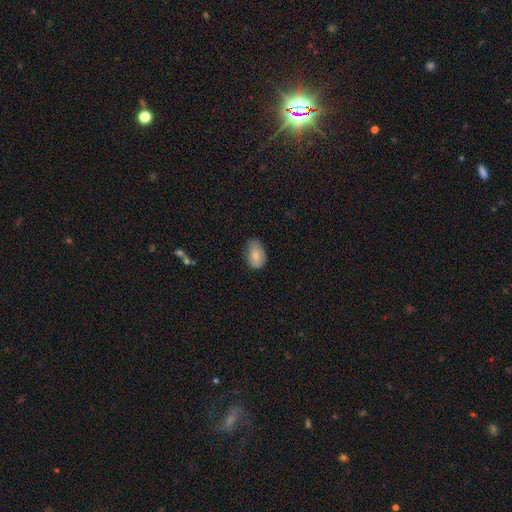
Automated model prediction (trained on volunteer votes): This appears to be a smooth galaxy with no disk features (83%) that is in between round and cigar-shaped (87%). Merging: none (56%).